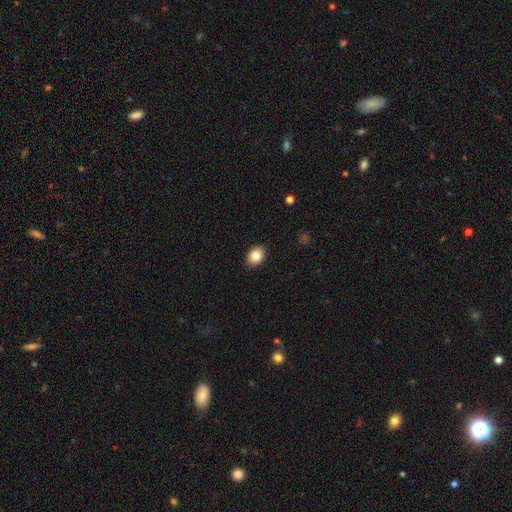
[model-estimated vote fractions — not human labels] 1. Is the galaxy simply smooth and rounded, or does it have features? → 85% smooth, 8% star or artifact, 7% featured or disk.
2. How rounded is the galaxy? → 70% in between, 29% round, 1% cigar-shaped.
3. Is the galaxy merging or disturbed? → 88% none, 9% minor disturbance, 2% major disturbance, 1% merger.